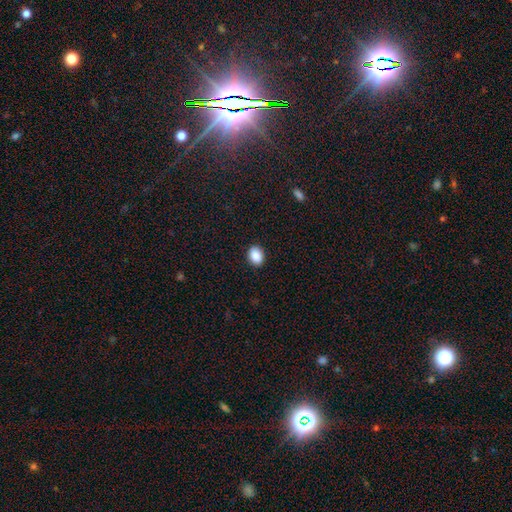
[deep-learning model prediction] This appears to be a smooth galaxy with no disk features (89%) that is in between round and cigar-shaped (66%). Merging: none (90%).